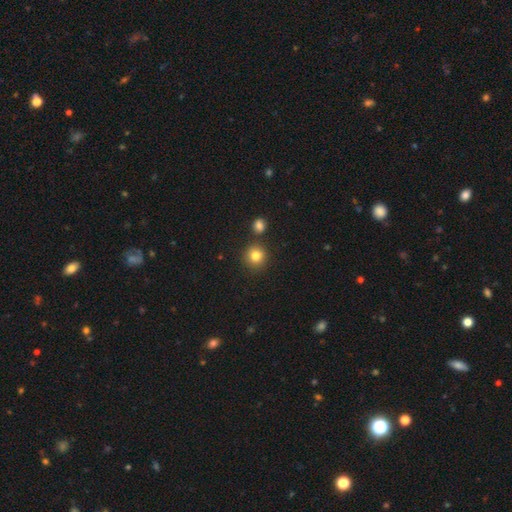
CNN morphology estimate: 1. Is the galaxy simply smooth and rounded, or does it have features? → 82% smooth, 12% star or artifact, 6% featured or disk.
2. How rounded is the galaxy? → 91% round, 8% in between, 1% cigar-shaped.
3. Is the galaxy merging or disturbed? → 83% none, 7% minor disturbance, 7% merger, 2% major disturbance.